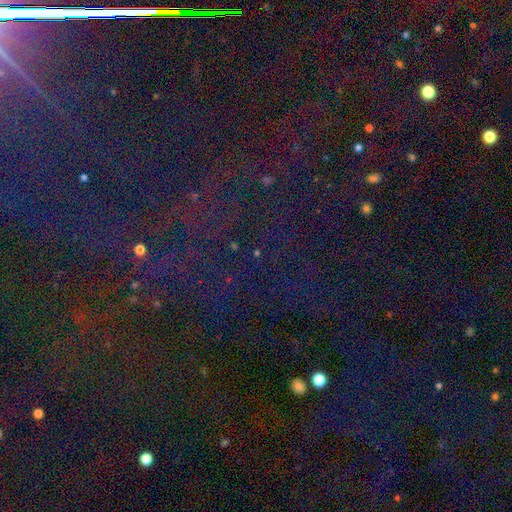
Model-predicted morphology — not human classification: smooth-or-featured: star or artifact: 85% | smooth: 8% | featured or disk: 6%